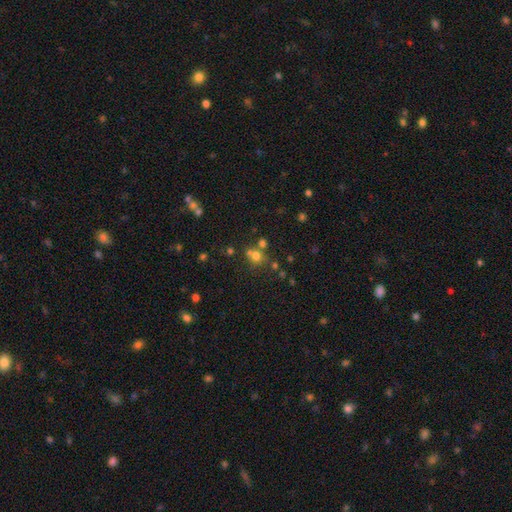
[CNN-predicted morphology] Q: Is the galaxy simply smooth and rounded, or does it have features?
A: smooth — 64%.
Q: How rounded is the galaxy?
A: round — 79%.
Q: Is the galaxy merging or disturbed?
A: none — 52%.